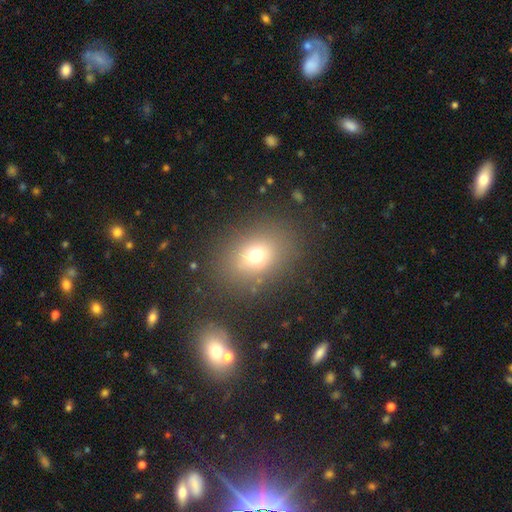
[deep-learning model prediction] Q: Smooth or featured?
A: smooth (70%); runner-up: star or artifact (18%)
Q: How rounded?
A: in between (55%); runner-up: round (44%)
Q: Merging?
A: none (82%); runner-up: minor disturbance (10%)